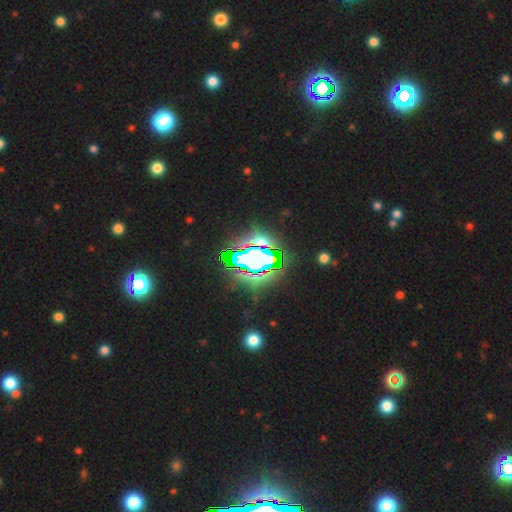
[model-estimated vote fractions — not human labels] Smooth or featured? Predicted: star or artifact (p=0.68).